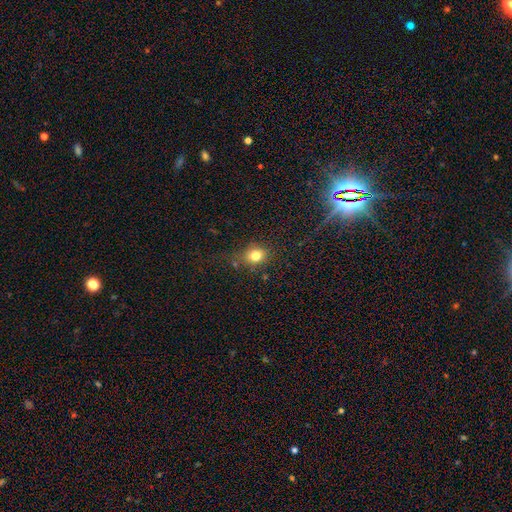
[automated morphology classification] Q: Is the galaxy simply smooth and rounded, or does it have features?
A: smooth — 80%.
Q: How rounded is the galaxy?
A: round — 59%.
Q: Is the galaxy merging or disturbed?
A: none — 72%.